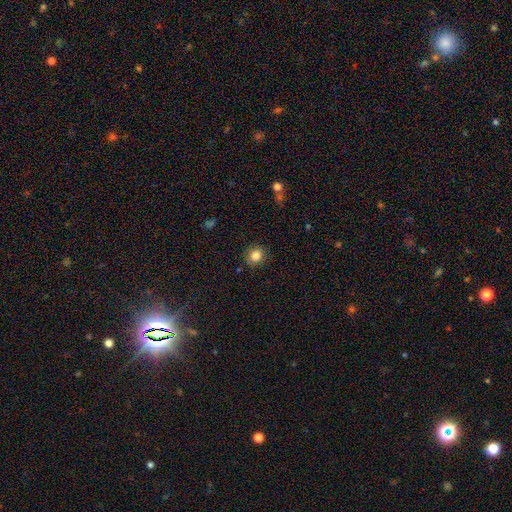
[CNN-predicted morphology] Overall: smooth (84%). How rounded: round (82%). Merging: none (87%).